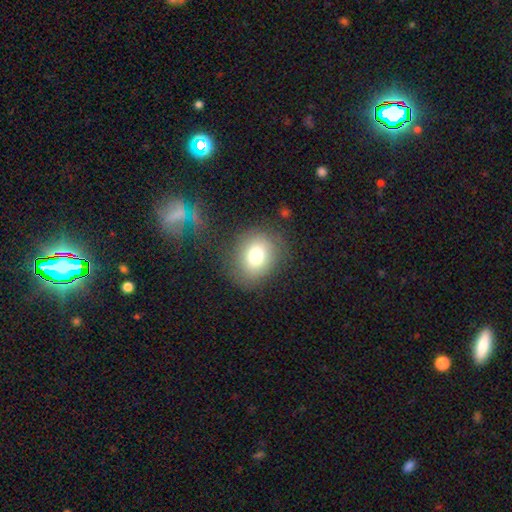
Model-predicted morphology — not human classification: smooth_or_featured: smooth (p=0.76) [alt: featured or disk p=0.12]
how_rounded: round (p=0.64) [alt: in between p=0.35]
merging: none (p=0.80) [alt: minor disturbance p=0.12]